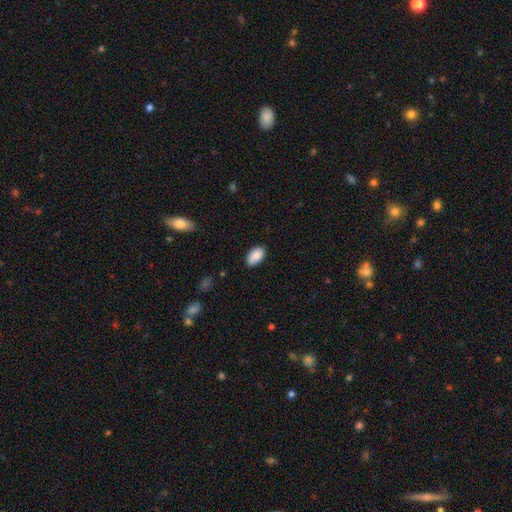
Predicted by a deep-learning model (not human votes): Morphology: type=smooth (88%); roundness=in between (94%); merging=none (83%).